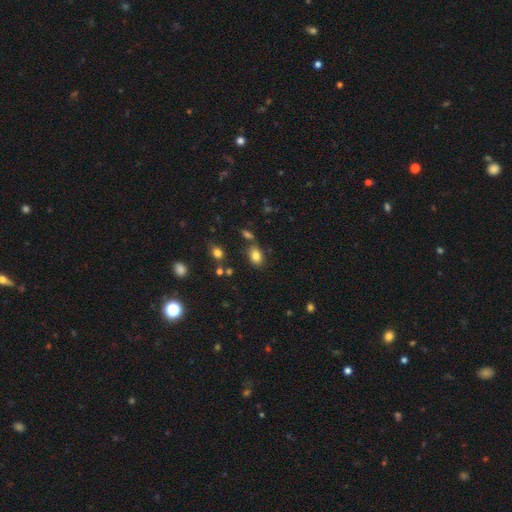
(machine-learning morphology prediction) Smooth or featured: smooth — 82% (star or artifact — 11%)
How rounded: in between — 78% (round — 20%)
Merging: none — 71% (minor disturbance — 15%)